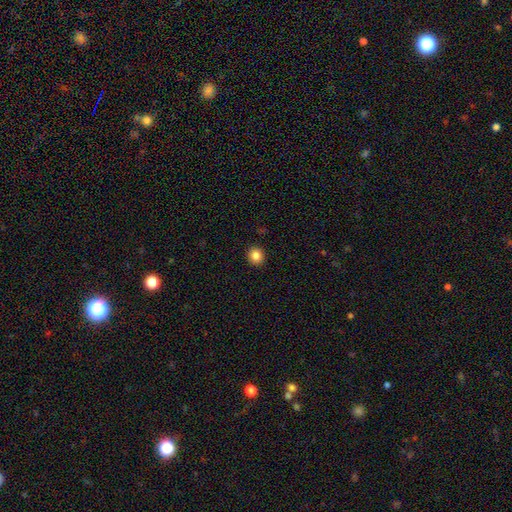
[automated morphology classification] Overall: smooth (85%). How rounded: round (88%). Merging: none (93%).